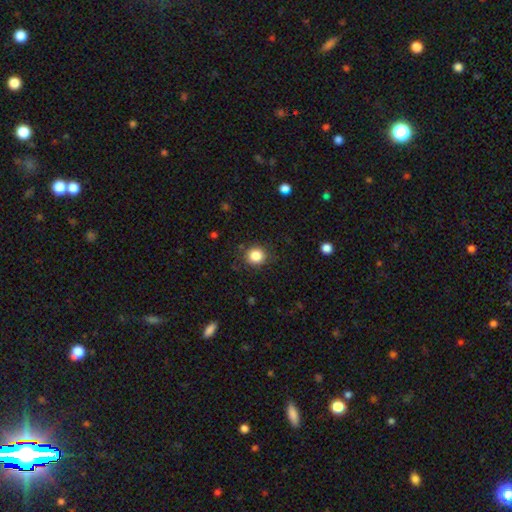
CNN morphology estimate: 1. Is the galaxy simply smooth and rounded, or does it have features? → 85% smooth, 11% star or artifact, 5% featured or disk.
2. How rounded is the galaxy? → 86% round, 13% in between, 1% cigar-shaped.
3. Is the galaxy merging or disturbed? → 85% none, 10% minor disturbance, 3% major disturbance, 1% merger.